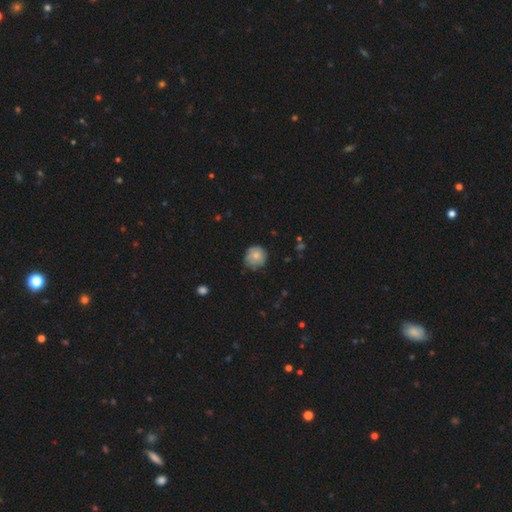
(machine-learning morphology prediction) Overall: smooth (72%). How rounded: round (91%). Merging: none (73%).